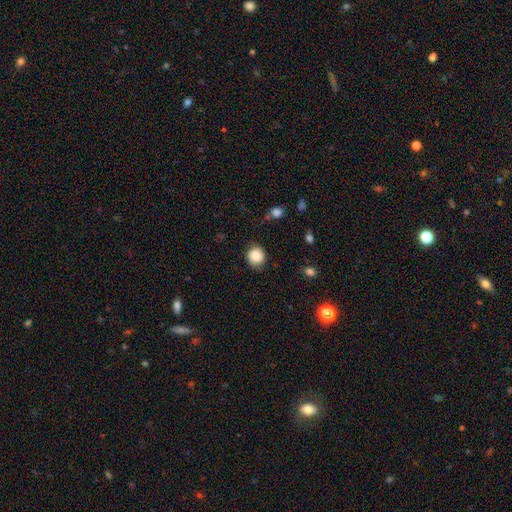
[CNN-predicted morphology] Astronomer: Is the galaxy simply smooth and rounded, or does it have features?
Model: smooth — 85%.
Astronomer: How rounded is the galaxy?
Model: round — 81%.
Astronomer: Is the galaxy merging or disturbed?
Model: none — 78%.